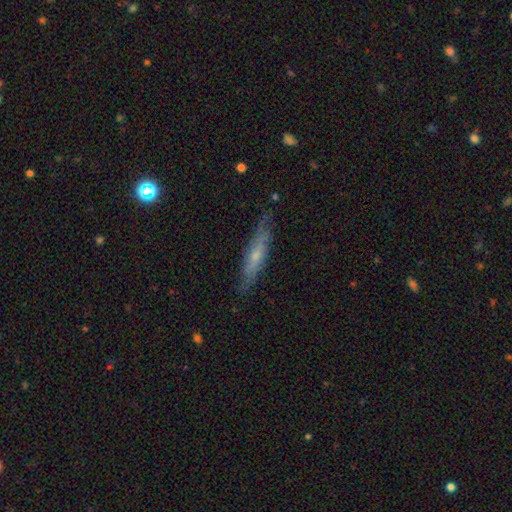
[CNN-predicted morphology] The model was most divided on "smooth or featured": featured or disk: 57%, smooth: 37%, star or artifact: 6%. More confident: merging — none (77%); edge-on disk — yes (66%).